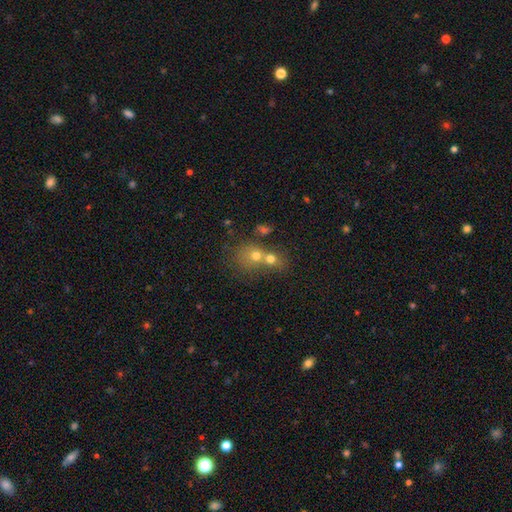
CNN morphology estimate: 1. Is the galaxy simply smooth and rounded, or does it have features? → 66% smooth, 20% featured or disk, 14% star or artifact.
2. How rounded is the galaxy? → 71% round, 28% in between, 1% cigar-shaped.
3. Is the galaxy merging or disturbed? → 67% merger, 23% none, 6% minor disturbance, 4% major disturbance.